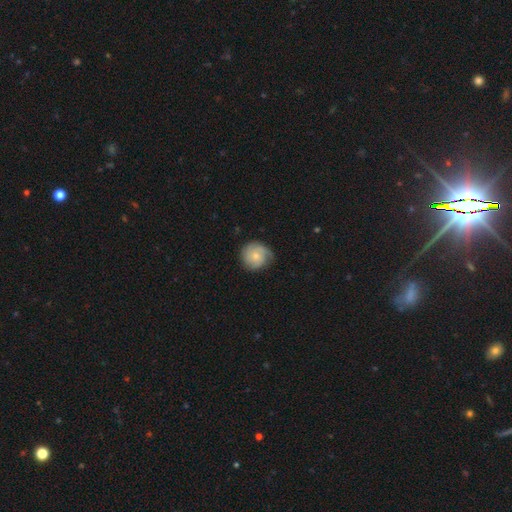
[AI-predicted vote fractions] smooth_or_featured: smooth (p=0.50) [alt: featured or disk p=0.42]
how_rounded: round (p=0.89) [alt: in between p=0.10]
merging: none (p=0.70) [alt: minor disturbance p=0.23]